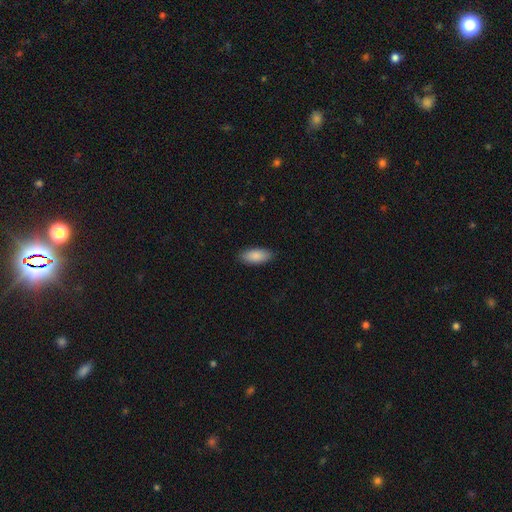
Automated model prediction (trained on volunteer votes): Smooth or featured? Predicted: smooth (p=0.88). How rounded? Predicted: in between (p=0.85). Merging? Predicted: none (p=0.88).